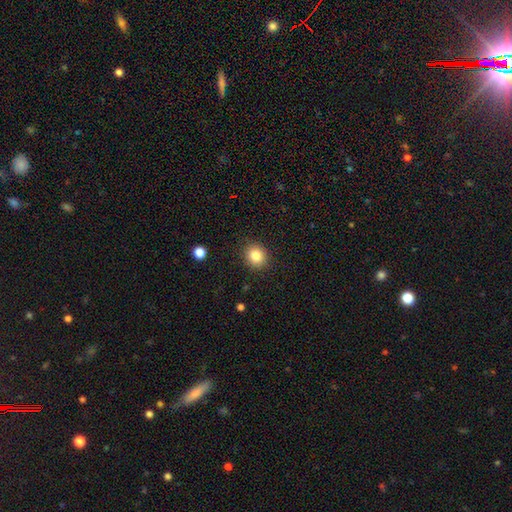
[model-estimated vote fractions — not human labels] smooth_or_featured: smooth (p=0.84) [alt: star or artifact p=0.10]
how_rounded: round (p=0.78) [alt: in between p=0.21]
merging: none (p=0.89) [alt: minor disturbance p=0.07]